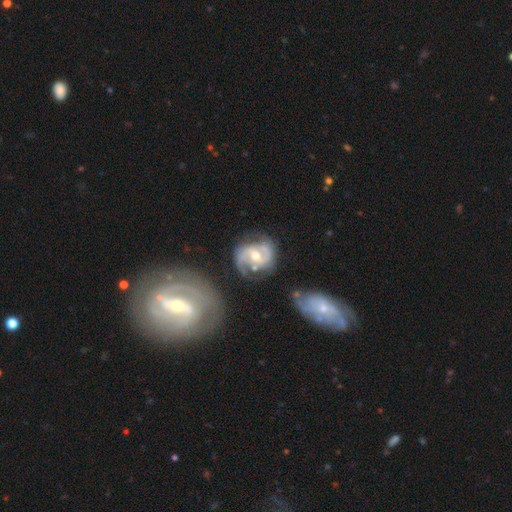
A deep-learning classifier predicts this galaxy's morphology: A featured or disk galaxy (87%) with a weak bar (42%), 2 (82%) medium (52%) spiral arms (95%) and a moderate central bulge (71%). Merging: none (60%).